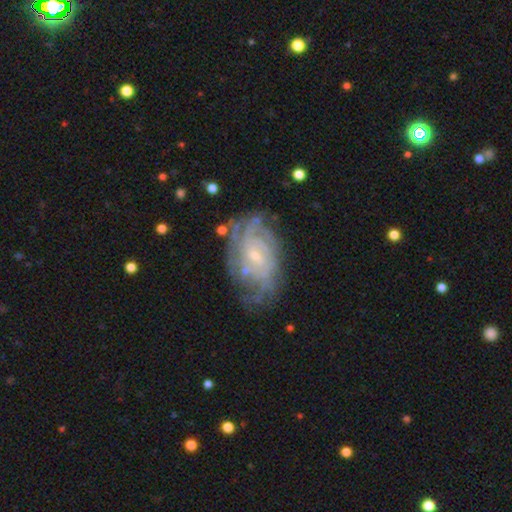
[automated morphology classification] Smooth or featured: featured or disk — 82% (smooth — 11%)
Edge-on disk: no — 96% (yes — 4%)
Bar: no — 54% (weak — 39%)
Spiral arms: yes — 92% (no — 8%)
Spiral winding: tight — 66% (medium — 26%)
Spiral arm count: can't tell — 48% (4 — 14%)
Bulge size: small — 69% (moderate — 24%)
Merging: none — 67% (minor disturbance — 21%)